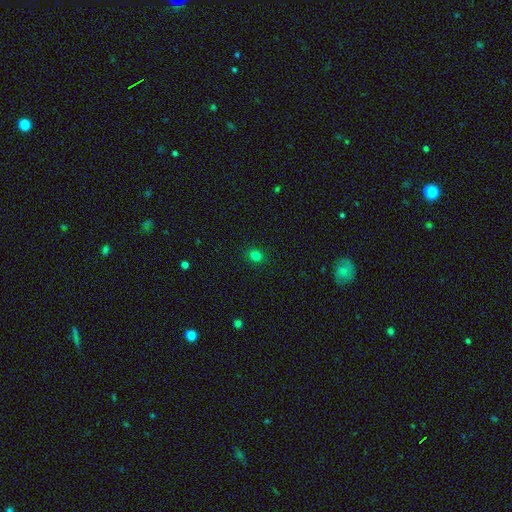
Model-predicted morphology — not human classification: smooth 79%, star or artifact 16%, featured or disk 4%. Down the decision tree: how rounded — round (68%); merging — none (90%).